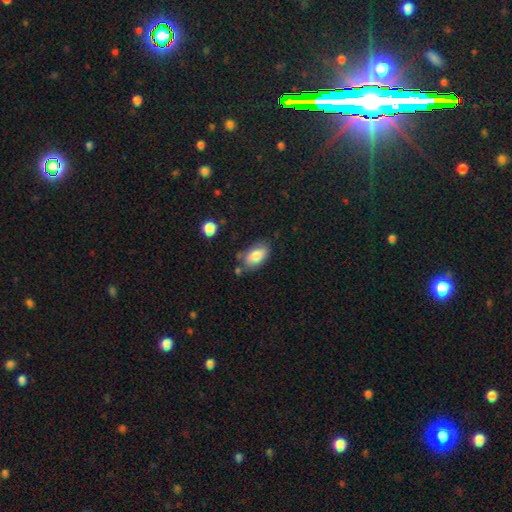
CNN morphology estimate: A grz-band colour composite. It shows a smooth galaxy with no disk features (81%) that is in between round and cigar-shaped (92%). Merging: none (67%).